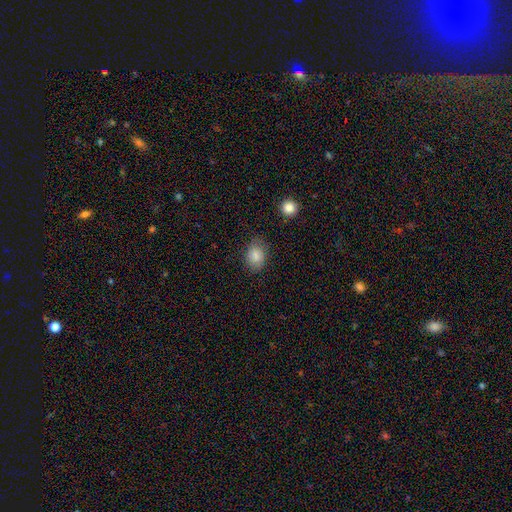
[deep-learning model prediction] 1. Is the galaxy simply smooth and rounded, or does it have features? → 85% smooth, 8% star or artifact, 7% featured or disk.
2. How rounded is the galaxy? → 66% in between, 33% round, 1% cigar-shaped.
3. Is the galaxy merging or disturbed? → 75% none, 18% minor disturbance, 5% major disturbance, 2% merger.